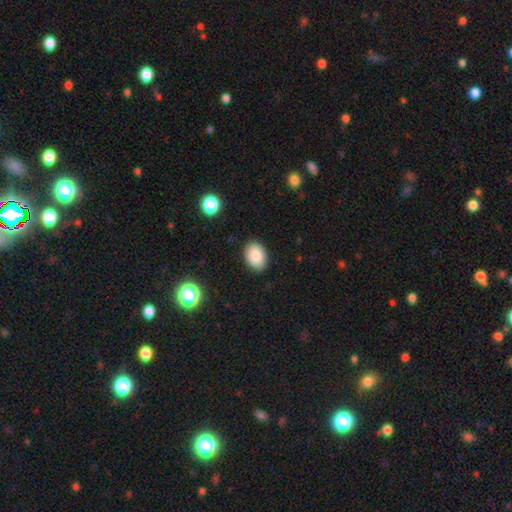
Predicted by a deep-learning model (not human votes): smooth-or-featured: smooth: 87% | star or artifact: 8% | featured or disk: 5%
  how-rounded: in between: 84% | round: 15% | cigar-shaped: 1%
  merging: none: 87% | minor disturbance: 9% | major disturbance: 2% | merger: 1%